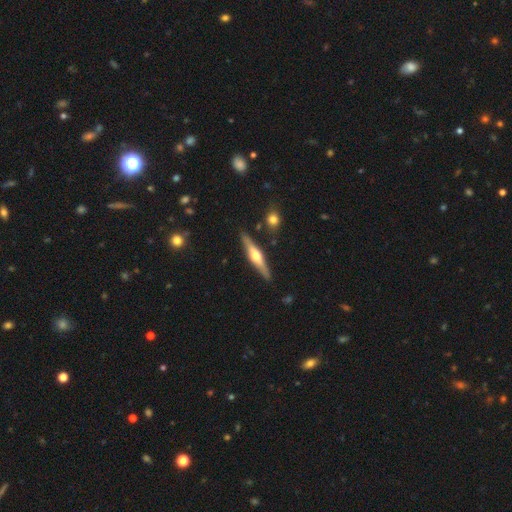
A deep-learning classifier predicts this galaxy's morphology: Q: Smooth or featured?
A: featured or disk (68%); runner-up: smooth (27%)
Q: Edge-on disk?
A: yes (96%); runner-up: no (4%)
Q: Edge-on bulge?
A: rounded (92%); runner-up: boxy (5%)
Q: Merging?
A: none (88%); runner-up: minor disturbance (8%)